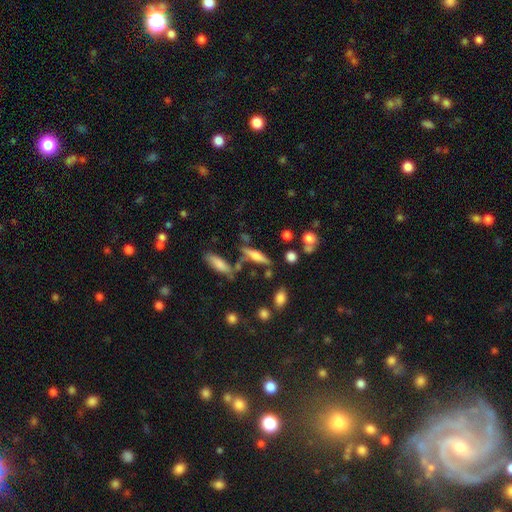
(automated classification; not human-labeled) Morphology: type=featured or disk (51%); edge-on=yes (92%); merging=none (63%).